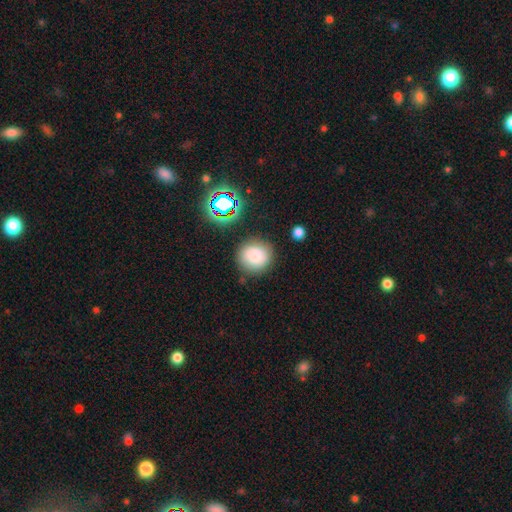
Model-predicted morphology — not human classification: The model was most divided on "smooth or featured": smooth: 82%, star or artifact: 12%, featured or disk: 7%. More confident: how rounded — round (88%); merging — none (83%).